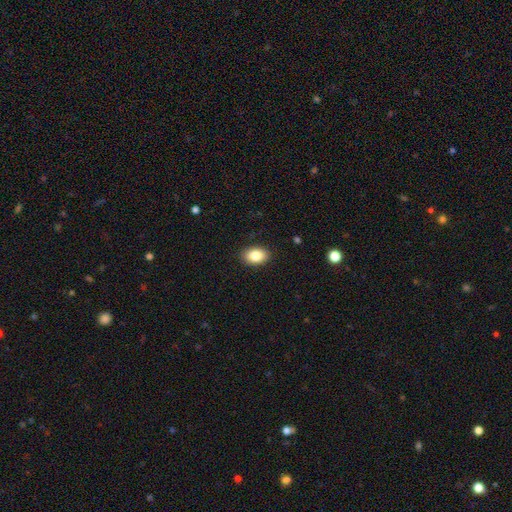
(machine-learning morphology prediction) The model was most divided on "how rounded": in between: 84%, round: 15%, cigar-shaped: 1%. More confident: merging — none (89%); smooth or featured — smooth (85%).